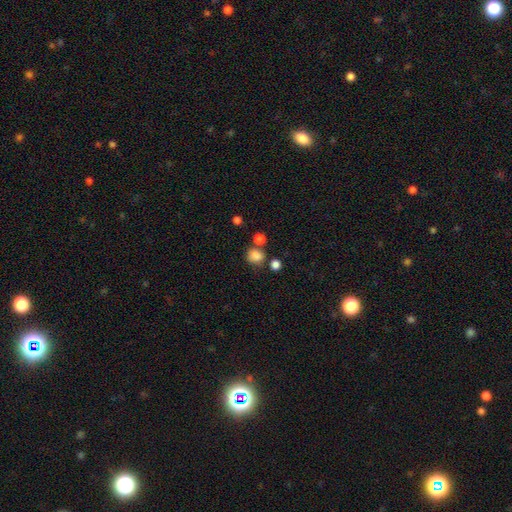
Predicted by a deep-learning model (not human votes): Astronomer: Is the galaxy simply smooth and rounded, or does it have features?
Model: smooth — 82%.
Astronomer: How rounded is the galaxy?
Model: round — 73%.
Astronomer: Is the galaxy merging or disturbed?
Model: none — 61%.